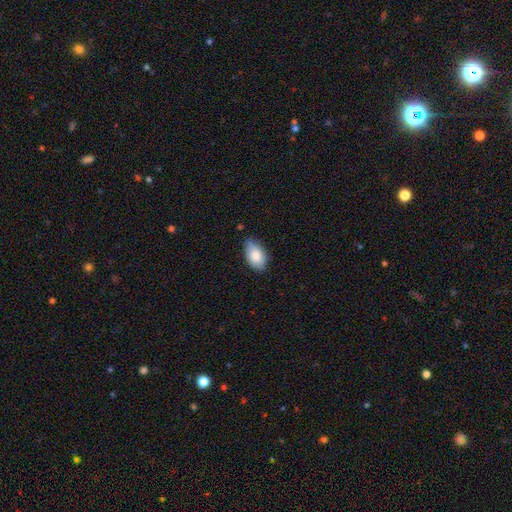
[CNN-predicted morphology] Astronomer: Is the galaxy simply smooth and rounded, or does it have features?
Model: smooth — 82%.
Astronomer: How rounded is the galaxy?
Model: in between — 92%.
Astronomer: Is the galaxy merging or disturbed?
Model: none — 70%.